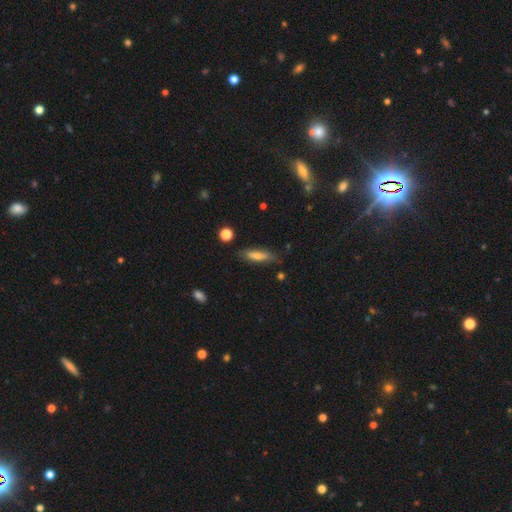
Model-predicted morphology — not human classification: A smooth galaxy with no disk features (59%) that is cigar-shaped (65%). Merging: none (73%).